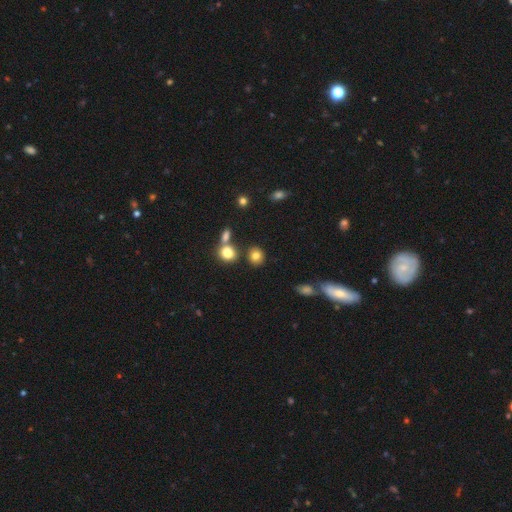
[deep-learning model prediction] This appears to be a smooth galaxy with no disk features (79%) that is round (76%). Merging: none (76%).